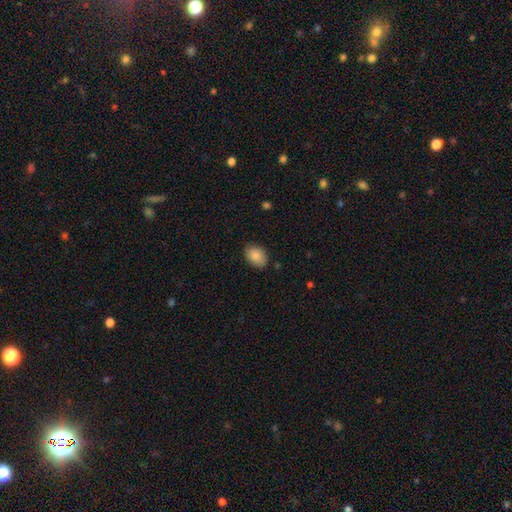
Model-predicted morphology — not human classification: Overall: smooth (86%). How rounded: in between (79%). Merging: none (85%).